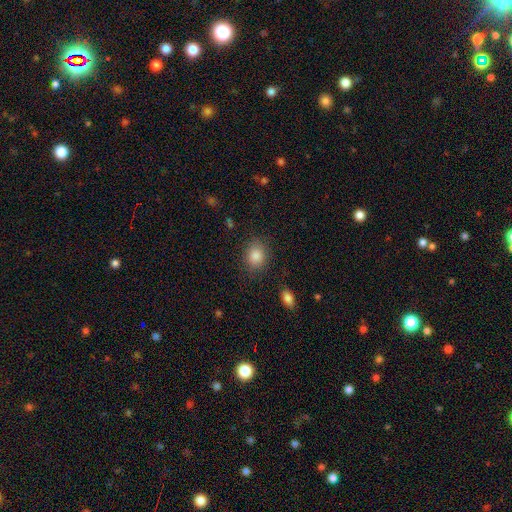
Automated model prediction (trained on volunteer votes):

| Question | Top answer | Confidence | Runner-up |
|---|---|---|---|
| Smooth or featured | smooth | 86% | star or artifact (9%) |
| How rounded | round | 54% | in between (45%) |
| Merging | none | 84% | minor disturbance (11%) |